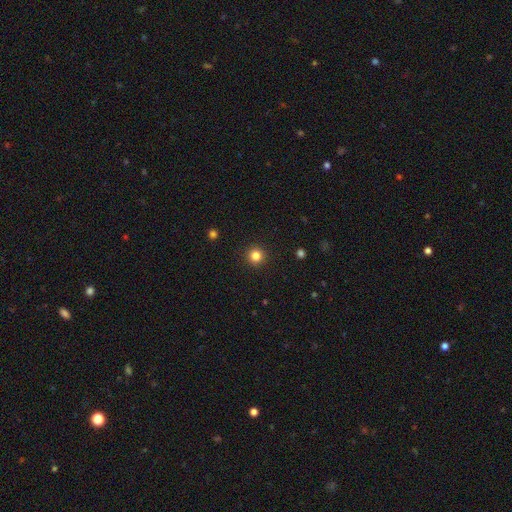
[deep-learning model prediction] A smooth galaxy with no disk features (83%) that is round (95%). Merging: none (93%).